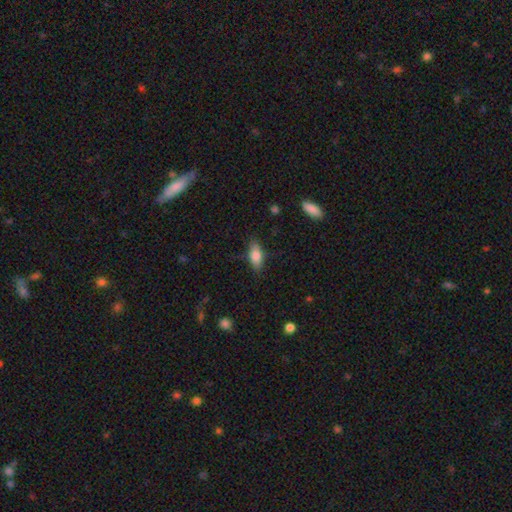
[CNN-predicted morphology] type=smooth (78%); roundness=in between (79%); merging=none (78%).